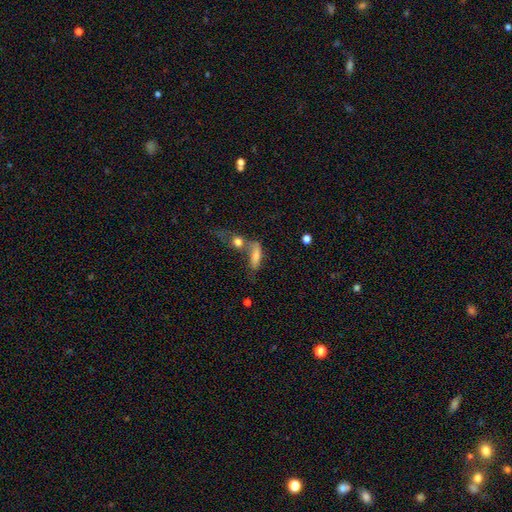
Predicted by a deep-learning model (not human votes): Overall: smooth (69%). How rounded: in between (56%; cigar-shaped 39%). Merging: merger (47%; none 30%).